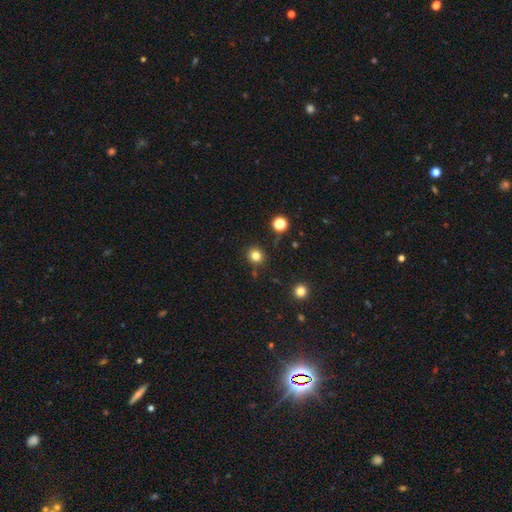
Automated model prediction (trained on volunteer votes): This appears to be a smooth galaxy with no disk features (81%) that is round (86%). Merging: none (87%).